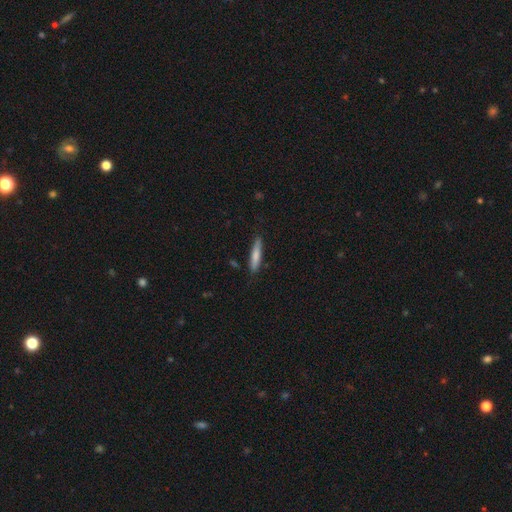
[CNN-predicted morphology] Smooth or featured? smooth (75%)
How rounded? cigar-shaped (87%)
Merging? none (84%)